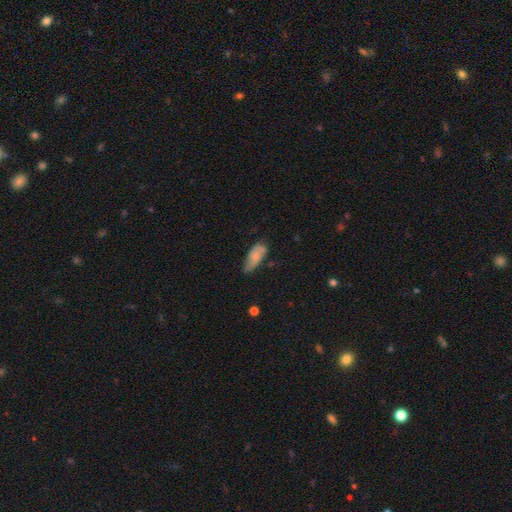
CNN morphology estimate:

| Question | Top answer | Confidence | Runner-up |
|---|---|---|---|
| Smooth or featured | smooth | 65% | featured or disk (27%) |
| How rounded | in between | 81% | cigar-shaped (16%) |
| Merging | none | 48% | minor disturbance (35%) |